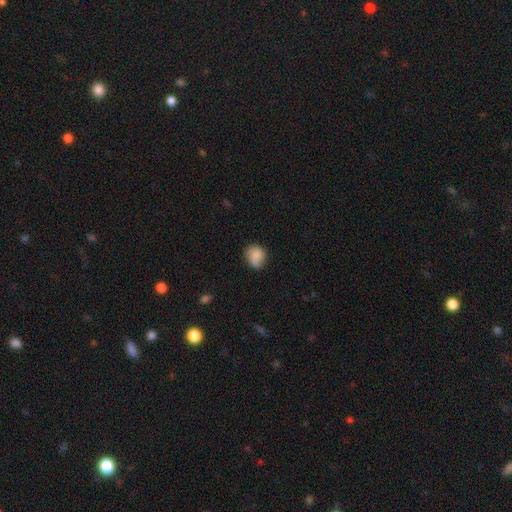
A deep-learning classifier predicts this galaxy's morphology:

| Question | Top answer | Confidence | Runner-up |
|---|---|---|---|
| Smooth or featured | smooth | 79% | featured or disk (12%) |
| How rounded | round | 65% | in between (34%) |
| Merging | none | 53% | minor disturbance (33%) |